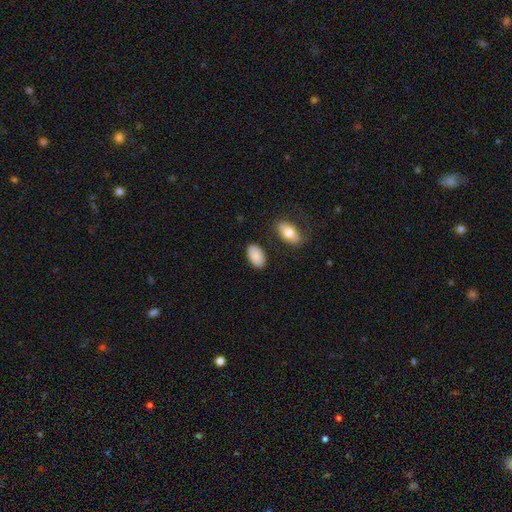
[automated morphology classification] Smooth or featured?
  - smooth: 88% *
  - star or artifact: 6%
  - featured or disk: 6%
How rounded?
  - in between: 95% *
  - round: 4%
  - cigar-shaped: 2%
Merging?
  - none: 82% *
  - minor disturbance: 12%
  - merger: 3%
  - major disturbance: 3%